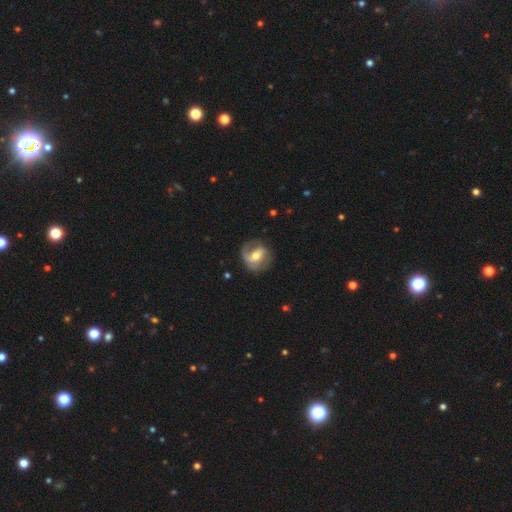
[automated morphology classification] A featured or disk galaxy (74%) with a weak bar (43%), 2 (68%) medium (43%) spiral arms (87%) and a moderate central bulge (63%). Merging: none (72%).